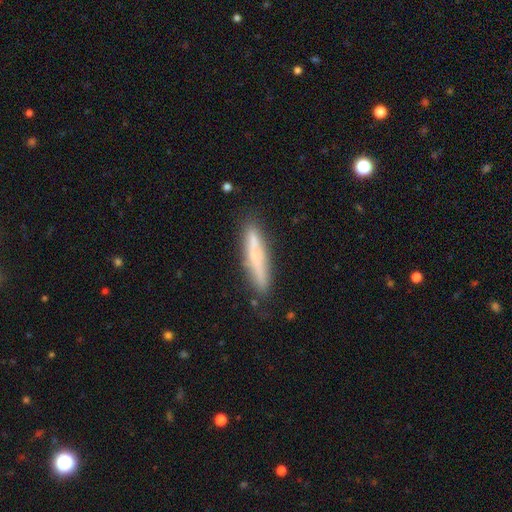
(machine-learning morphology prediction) Overall: smooth (54%; featured or disk 39%). How rounded: cigar-shaped (91%). Merging: none (79%).